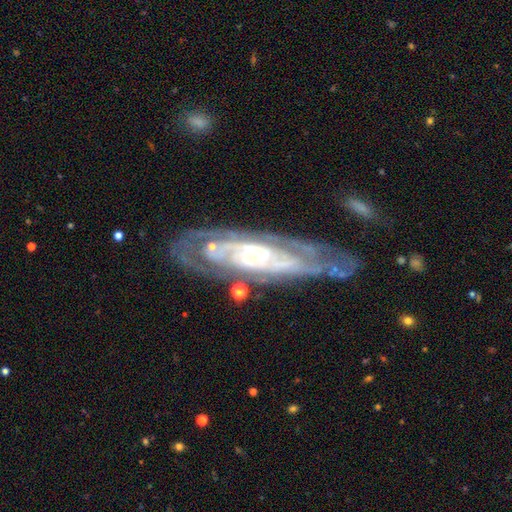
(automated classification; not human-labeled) Smooth or featured: featured or disk — 86% (smooth — 8%)
Edge-on disk: no — 83% (yes — 17%)
Bar: no — 68% (weak — 21%)
Spiral arms: yes — 92% (no — 8%)
Spiral winding: tight — 71% (medium — 24%)
Spiral arm count: can't tell — 43% (2 — 27%)
Bulge size: small — 69% (moderate — 24%)
Merging: none — 70% (minor disturbance — 18%)